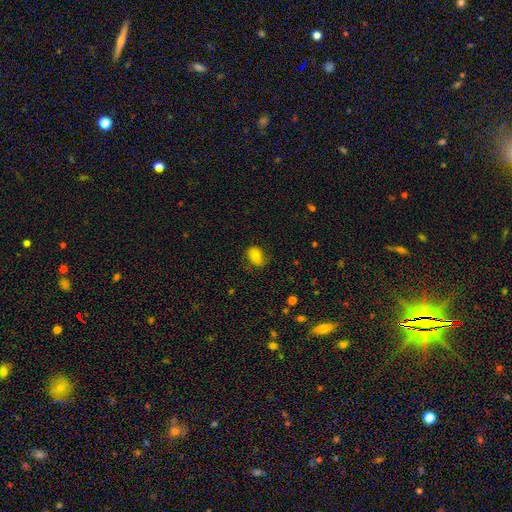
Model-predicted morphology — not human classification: A smooth galaxy with no disk features (76%) that is in between round and cigar-shaped (74%). Merging: none (73%).